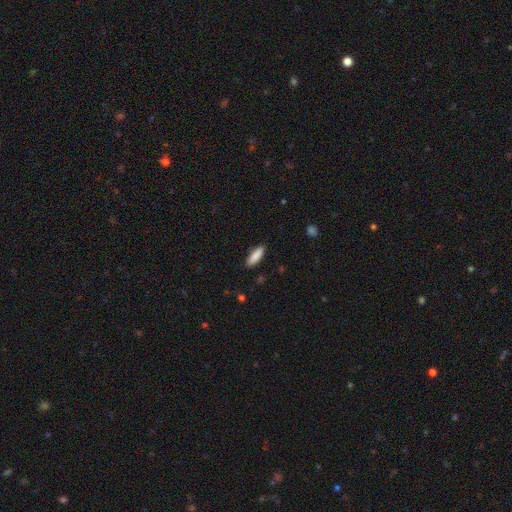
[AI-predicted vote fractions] Overall: smooth (88%). How rounded: in between (51%; cigar-shaped 48%). Merging: none (88%).